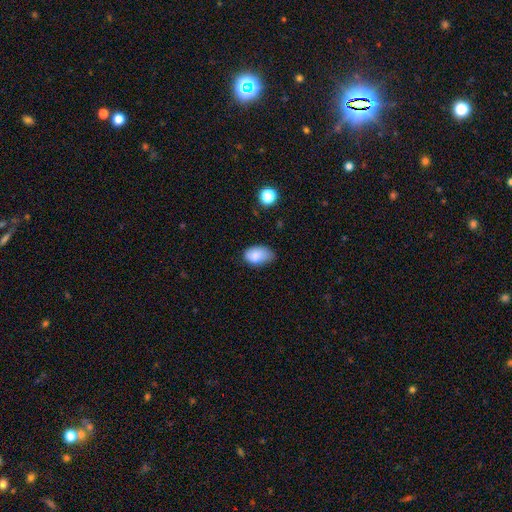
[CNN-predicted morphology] A smooth galaxy with no disk features (82%) that is in between round and cigar-shaped (90%). Merging: none (49%).